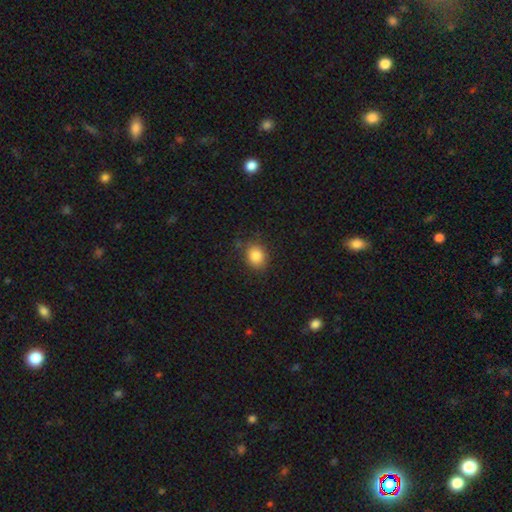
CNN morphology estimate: Smooth or featured: smooth — 85% (star or artifact — 10%)
How rounded: round — 62% (in between — 37%)
Merging: none — 82% (minor disturbance — 13%)